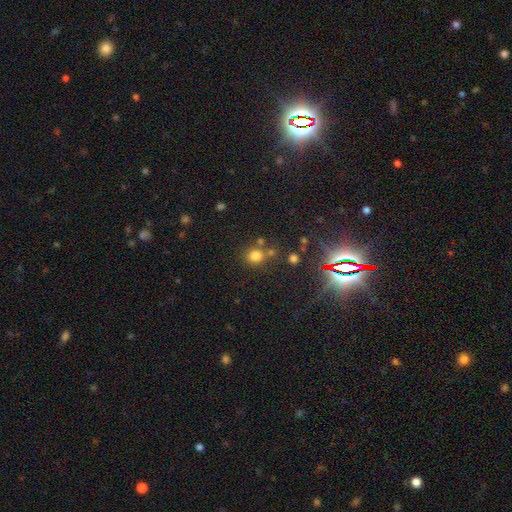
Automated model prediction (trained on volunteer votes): Overall: smooth (77%). How rounded: round (85%). Merging: none (66%).